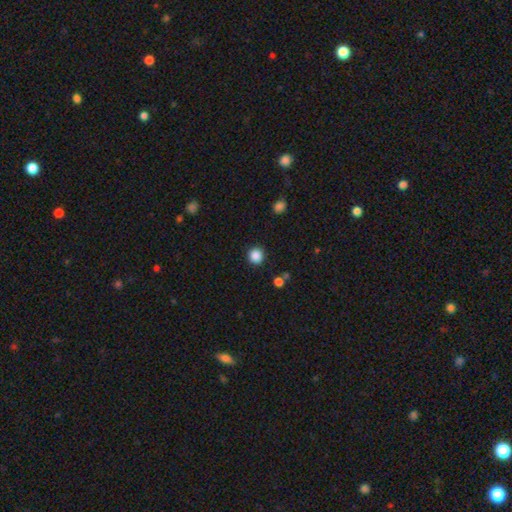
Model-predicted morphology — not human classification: Smooth or featured? smooth (86%)
How rounded? round (93%)
Merging? none (90%)